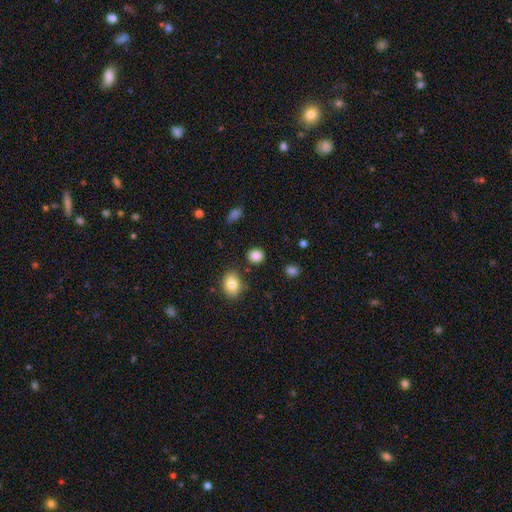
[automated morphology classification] This appears to be a smooth galaxy with no disk features (86%) that is round (79%). Merging: none (86%).